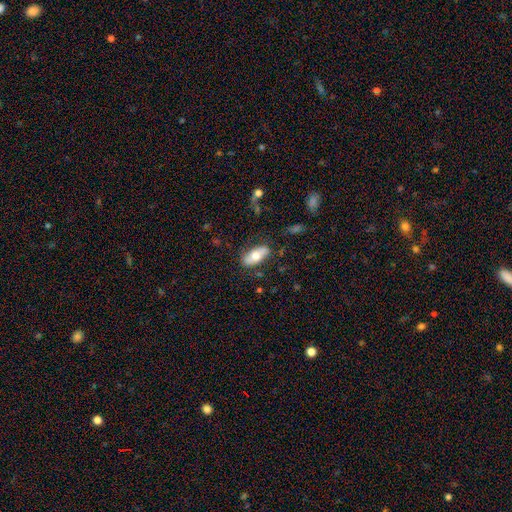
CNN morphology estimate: This appears to be a smooth galaxy with no disk features (67%) that is in between round and cigar-shaped (86%). Merging: none (81%).